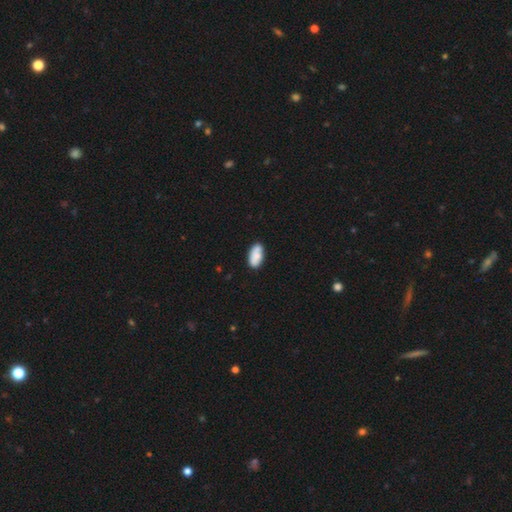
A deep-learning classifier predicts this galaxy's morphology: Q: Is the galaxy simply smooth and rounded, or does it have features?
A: smooth — 79%.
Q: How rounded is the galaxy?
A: in between — 92%.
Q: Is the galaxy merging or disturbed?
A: none — 70%.